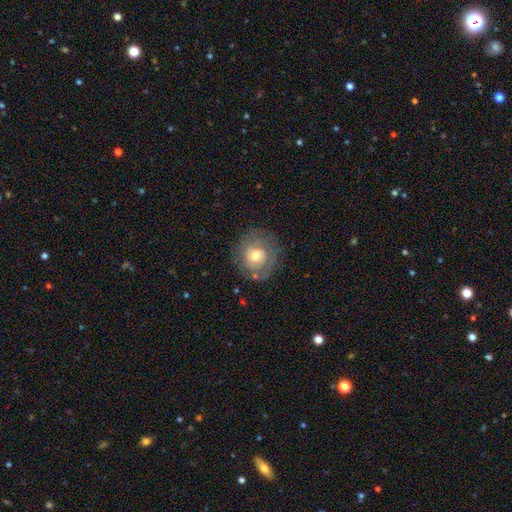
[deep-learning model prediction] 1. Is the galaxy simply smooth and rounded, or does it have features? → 51% featured or disk, 41% smooth, 8% star or artifact.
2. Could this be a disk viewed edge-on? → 97% no, 3% yes.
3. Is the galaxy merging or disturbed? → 77% none, 14% minor disturbance, 7% major disturbance, 2% merger.